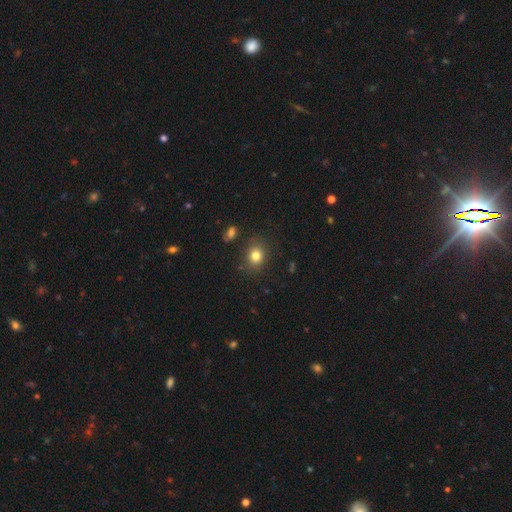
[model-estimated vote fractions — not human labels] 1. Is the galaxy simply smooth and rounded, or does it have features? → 80% smooth, 12% star or artifact, 7% featured or disk.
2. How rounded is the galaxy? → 61% round, 38% in between, 1% cigar-shaped.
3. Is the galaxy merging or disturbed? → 84% none, 11% minor disturbance, 3% major disturbance, 2% merger.